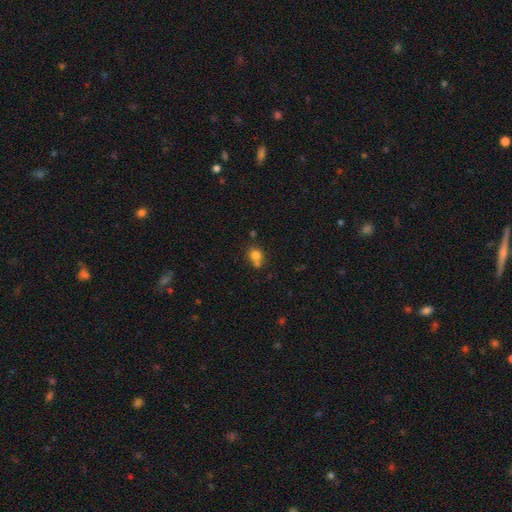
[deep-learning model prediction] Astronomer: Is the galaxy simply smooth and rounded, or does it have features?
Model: smooth — 77%.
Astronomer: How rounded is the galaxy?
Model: round — 77%.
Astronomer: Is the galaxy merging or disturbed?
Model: none — 48% (runner-up: merger, 33%).